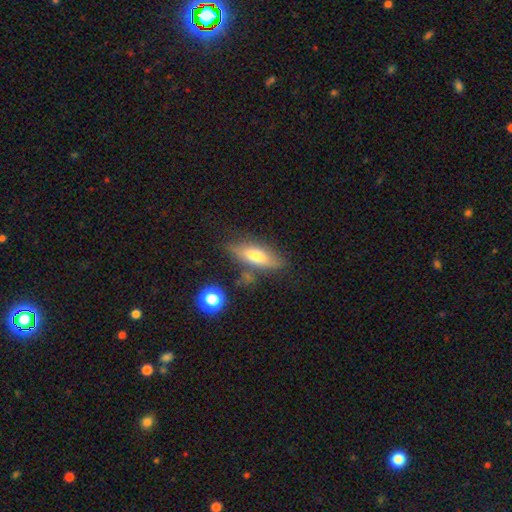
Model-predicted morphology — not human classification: Smooth or featured? Predicted: smooth (p=0.65). How rounded? Predicted: in between (p=0.56). Merging? Predicted: none (p=0.72).